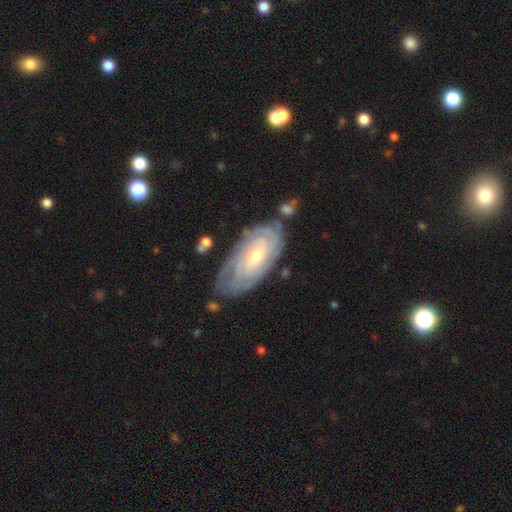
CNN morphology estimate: Q: Smooth or featured?
A: featured or disk (79%); runner-up: smooth (15%)
Q: Edge-on disk?
A: no (93%); runner-up: yes (7%)
Q: Bar?
A: no (64%); runner-up: weak (29%)
Q: Spiral arms?
A: yes (93%); runner-up: no (7%)
Q: Spiral winding?
A: tight (80%); runner-up: medium (16%)
Q: Spiral arm count?
A: can't tell (53%); runner-up: 2 (13%)
Q: Bulge size?
A: moderate (52%); runner-up: small (43%)
Q: Merging?
A: none (69%); runner-up: minor disturbance (20%)